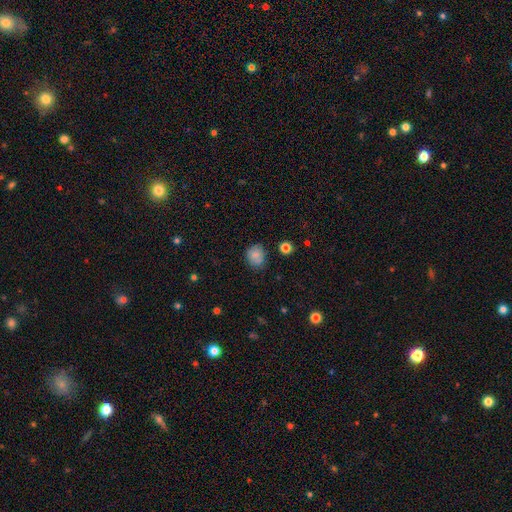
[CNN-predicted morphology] This is likely a smooth galaxy (78%). How rounded: likely round (71%). Merging: likely none (73%).